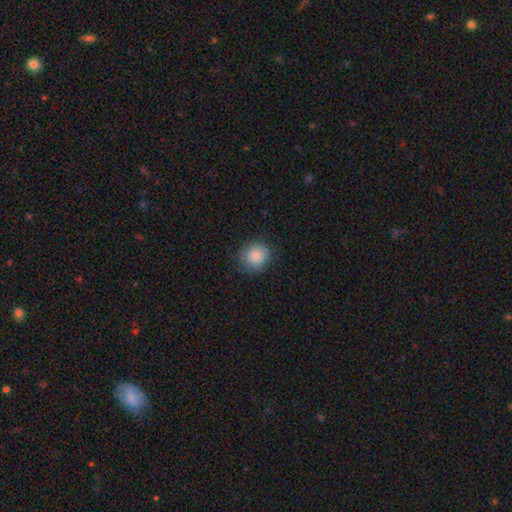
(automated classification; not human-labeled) smooth-or-featured: smooth: 85% | star or artifact: 9% | featured or disk: 6%
  how-rounded: round: 81% | in between: 18% | cigar-shaped: 1%
  merging: none: 86% | minor disturbance: 10% | major disturbance: 3% | merger: 1%